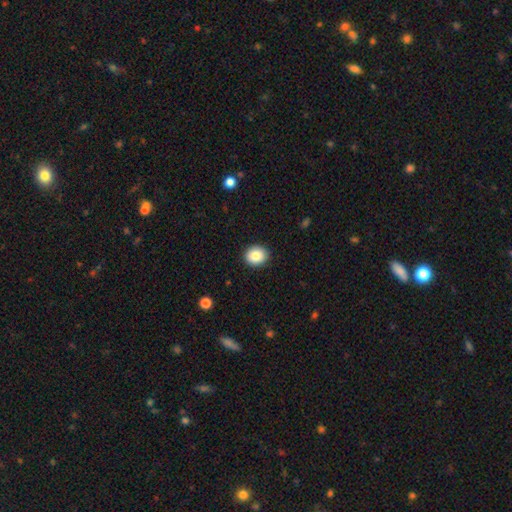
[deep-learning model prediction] Smooth or featured: smooth — 84% (star or artifact — 9%)
How rounded: round — 72% (in between — 27%)
Merging: none — 91% (minor disturbance — 6%)